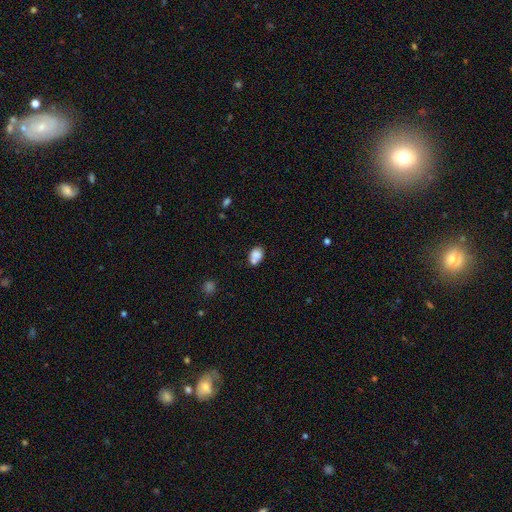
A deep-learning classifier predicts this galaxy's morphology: The model was most divided on "merging": none: 42%, merger: 38%, minor disturbance: 15%, major disturbance: 5%. More confident: smooth or featured — smooth (80%); how rounded — in between (65%).